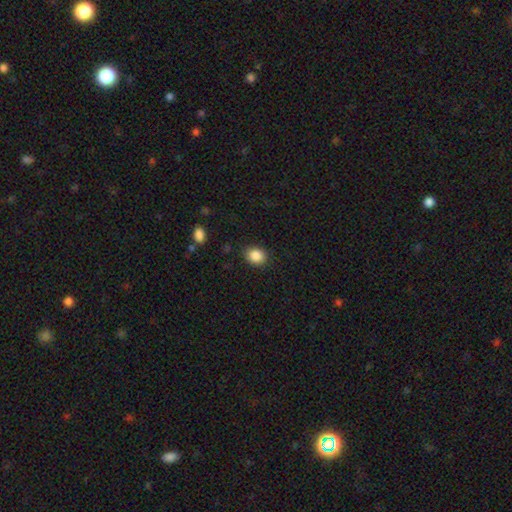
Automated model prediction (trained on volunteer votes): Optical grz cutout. It shows a smooth galaxy with no disk features (87%) that is round (55%). Merging: none (85%).